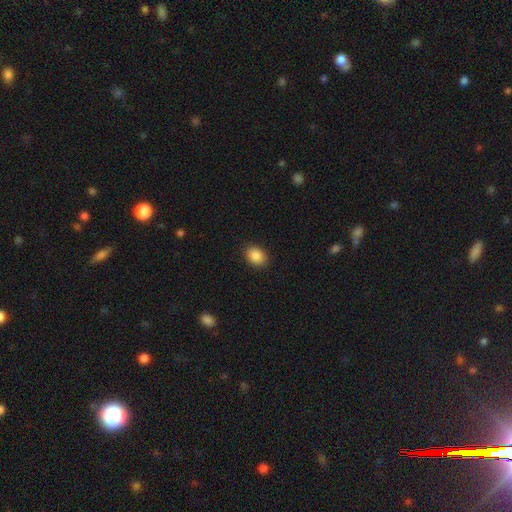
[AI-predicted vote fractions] The model was most divided on "how rounded": in between: 72%, round: 27%, cigar-shaped: 1%. More confident: smooth or featured — smooth (89%); merging — none (89%).